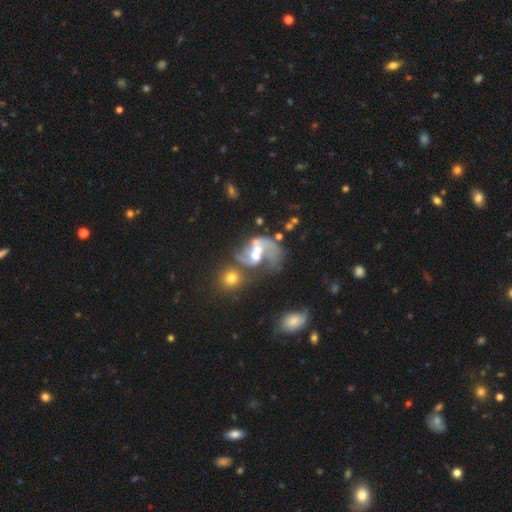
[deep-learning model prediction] Smooth or featured?
  - featured or disk: 76% *
  - smooth: 16%
  - star or artifact: 9%
Edge-on disk?
  - no: 98% *
  - yes: 2%
Bar?
  - no: 55% *
  - weak: 34%
  - strong: 11%
Spiral arms?
  - yes: 82% *
  - no: 18%
Spiral winding?
  - loose: 54% *
  - medium: 36%
  - tight: 10%
Spiral arm count?
  - 2: 65% *
  - 1: 22%
  - can't tell: 9%
  - 3: 2%
  - 4: 1%
  - more than 4: 1%
Bulge size?
  - moderate: 59% *
  - small: 20%
  - large: 13%
  - none: 5%
  - dominant: 2%
Merging?
  - merger: 55% *
  - major disturbance: 19%
  - none: 17%
  - minor disturbance: 9%